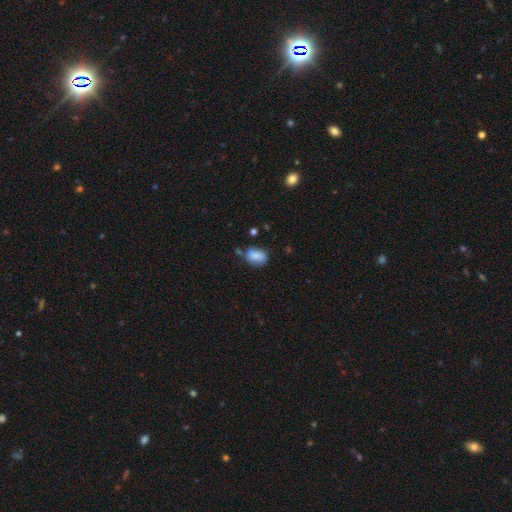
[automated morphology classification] Smooth or featured: smooth — 75% (featured or disk — 16%)
How rounded: in between — 73% (round — 25%)
Merging: none — 52% (minor disturbance — 28%)